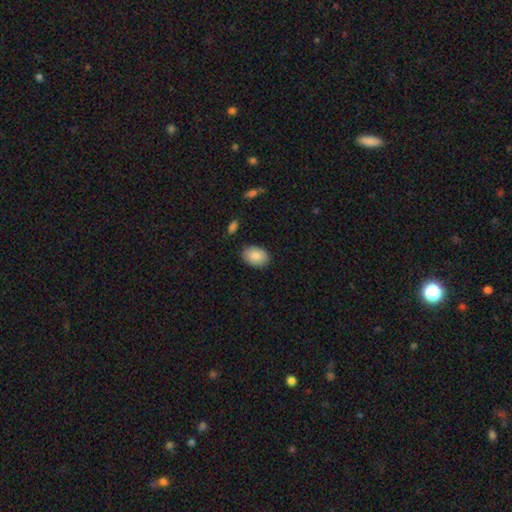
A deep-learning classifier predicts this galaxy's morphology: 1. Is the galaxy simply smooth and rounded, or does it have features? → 87% smooth, 7% star or artifact, 6% featured or disk.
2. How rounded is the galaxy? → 82% in between, 17% round, 1% cigar-shaped.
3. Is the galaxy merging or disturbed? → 86% none, 10% minor disturbance, 2% major disturbance, 2% merger.